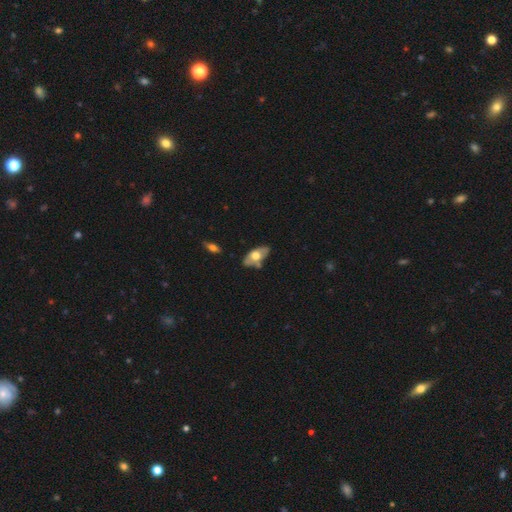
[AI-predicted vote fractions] smooth-or-featured: smooth: 52% | featured or disk: 42% | star or artifact: 6%
  how-rounded: in between: 91% | cigar-shaped: 6% | round: 4%
  merging: none: 69% | minor disturbance: 21% | merger: 6% | major disturbance: 4%